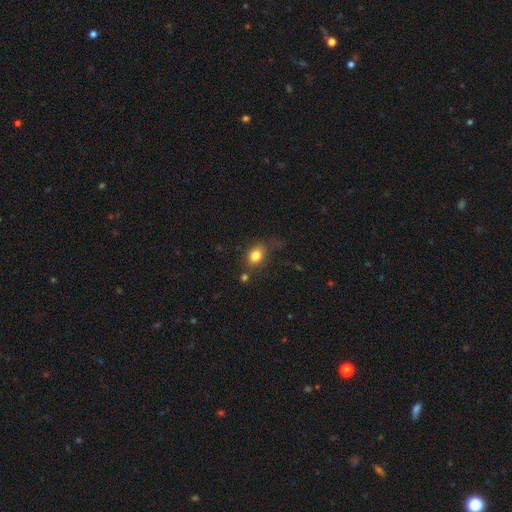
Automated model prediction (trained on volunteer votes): This is clearly a smooth galaxy (81%). How rounded: likely in between (69%). Merging: likely none (68%).